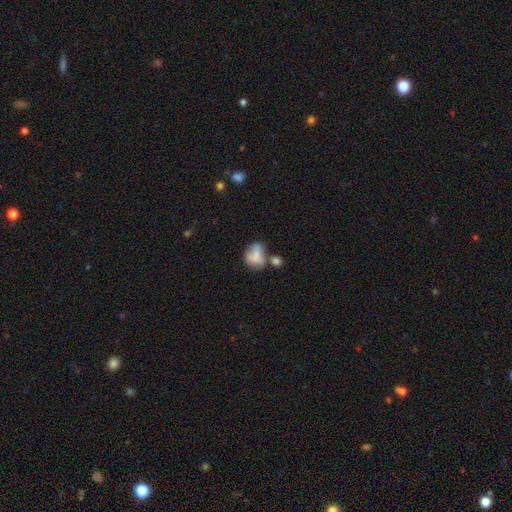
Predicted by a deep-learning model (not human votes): Q: Smooth or featured?
A: smooth (71%); runner-up: featured or disk (20%)
Q: How rounded?
A: in between (55%); runner-up: round (43%)
Q: Merging?
A: merger (32%); tied with: none (32%)